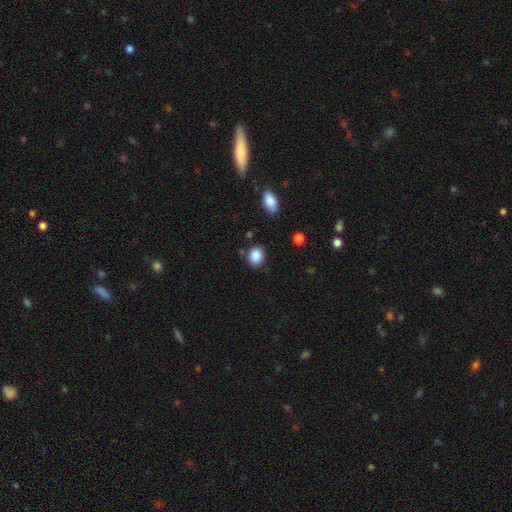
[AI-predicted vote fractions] smooth-or-featured: smooth: 88% | star or artifact: 8% | featured or disk: 4%
  how-rounded: round: 52% | in between: 47% | cigar-shaped: 1%
  merging: none: 80% | minor disturbance: 13% | merger: 3% | major disturbance: 3%